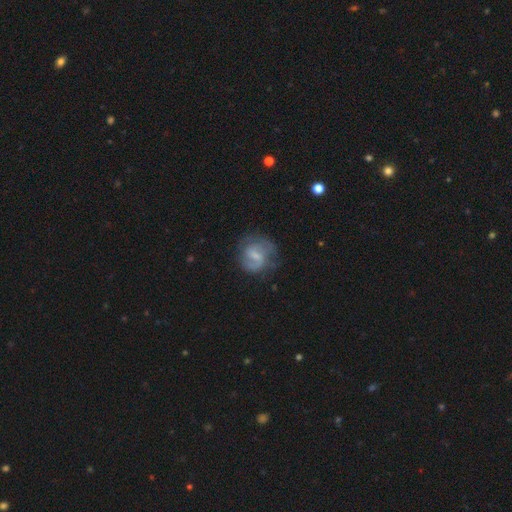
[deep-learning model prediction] Overall: featured or disk (64%; smooth 29%). Edge-on disk: no (98%). Bar: weak (59%; no 24%). Spiral arms: yes (83%). Spiral arm count: 2 (65%). Spiral winding: medium (46%; loose 29%). Bulge size: small (42%; moderate 29%). Merging: none (60%; minor disturbance 23%).